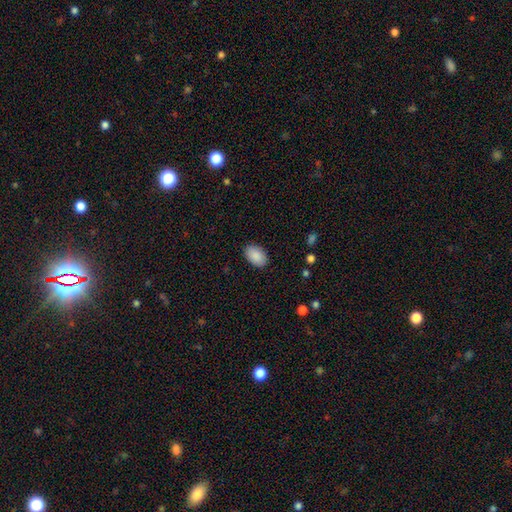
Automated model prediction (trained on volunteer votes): Smooth or featured?
  - smooth: 90% *
  - star or artifact: 6%
  - featured or disk: 4%
How rounded?
  - in between: 92% *
  - round: 6%
  - cigar-shaped: 1%
Merging?
  - none: 89% *
  - minor disturbance: 8%
  - major disturbance: 2%
  - merger: 1%